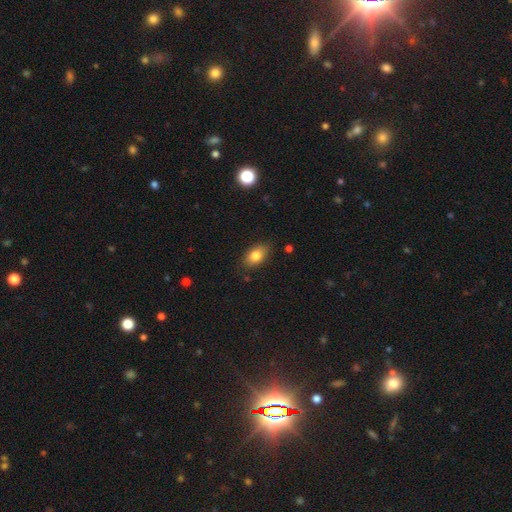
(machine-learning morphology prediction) This appears to be a smooth galaxy with no disk features (82%) that is in between round and cigar-shaped (88%). Merging: none (84%).